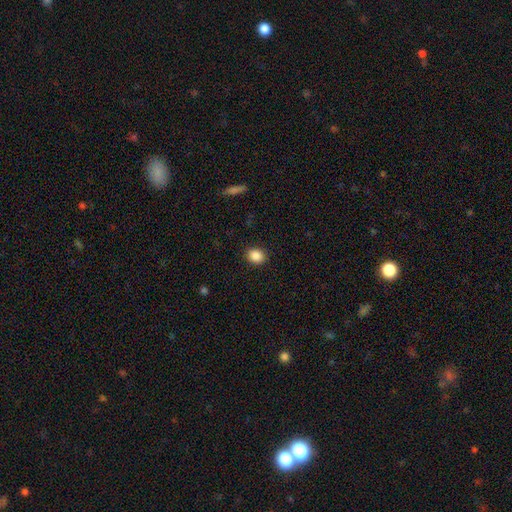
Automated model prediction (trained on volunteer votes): Overall: smooth (88%). How rounded: round (51%; in between 48%). Merging: none (90%).